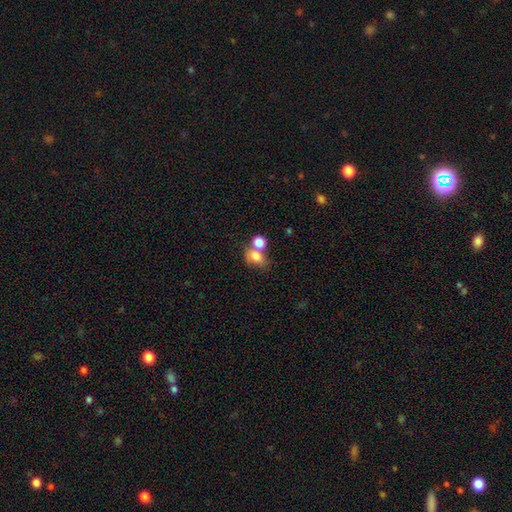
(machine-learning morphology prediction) Smooth or featured?
  - smooth: 76% *
  - featured or disk: 12%
  - star or artifact: 11%
How rounded?
  - in between: 62% *
  - round: 36%
  - cigar-shaped: 2%
Merging?
  - merger: 49% *
  - none: 33%
  - minor disturbance: 11%
  - major disturbance: 7%